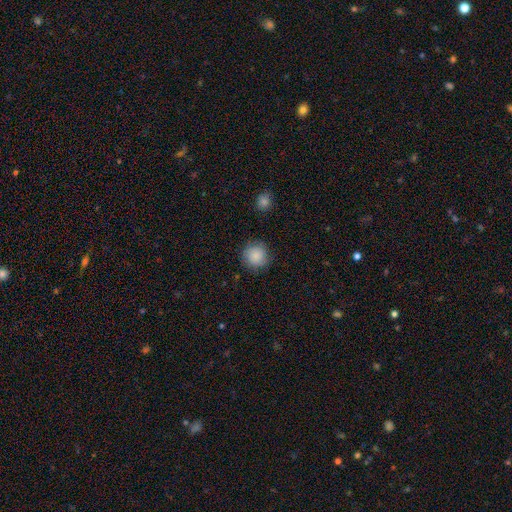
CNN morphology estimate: smooth_or_featured: smooth (p=0.88) [alt: star or artifact p=0.08]
how_rounded: round (p=0.94) [alt: in between p=0.06]
merging: none (p=0.86) [alt: minor disturbance p=0.10]